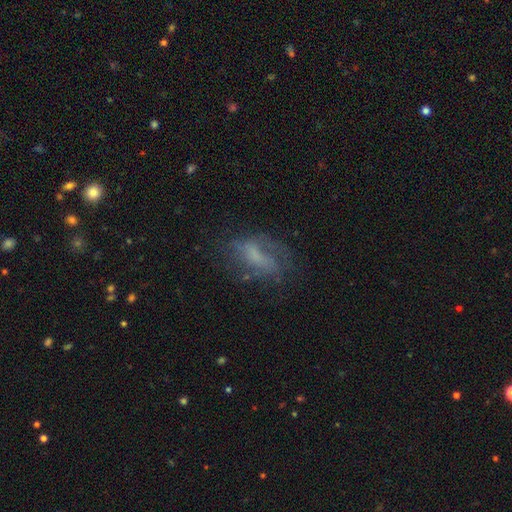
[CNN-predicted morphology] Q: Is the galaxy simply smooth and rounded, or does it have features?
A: featured or disk — 48%.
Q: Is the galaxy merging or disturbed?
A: none — 50%.